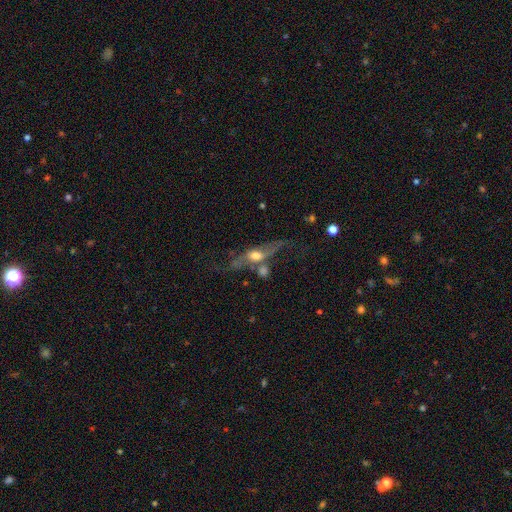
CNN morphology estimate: Smooth or featured?
  - featured or disk: 64% *
  - smooth: 27%
  - star or artifact: 9%
Edge-on disk?
  - yes: 52% *
  - no: 48%
Merging?
  - none: 40% *
  - merger: 21%
  - minor disturbance: 20%
  - major disturbance: 19%